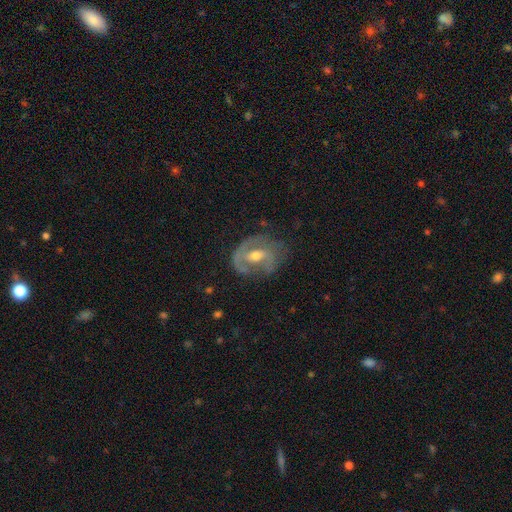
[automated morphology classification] Smooth or featured? featured or disk (76%)
Edge-on disk? no (96%)
Bar? weak (45%)
Spiral arms? yes (79%)
Spiral winding? medium (42%)
Spiral arm count? 2 (51%)
Bulge size? moderate (67%)
Merging? none (56%)